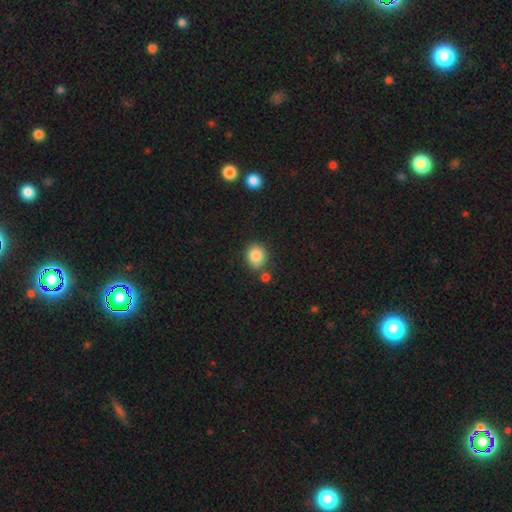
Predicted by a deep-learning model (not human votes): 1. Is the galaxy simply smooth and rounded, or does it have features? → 86% smooth, 9% star or artifact, 5% featured or disk.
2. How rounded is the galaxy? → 73% round, 26% in between, 1% cigar-shaped.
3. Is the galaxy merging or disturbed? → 72% none, 13% minor disturbance, 11% merger, 3% major disturbance.